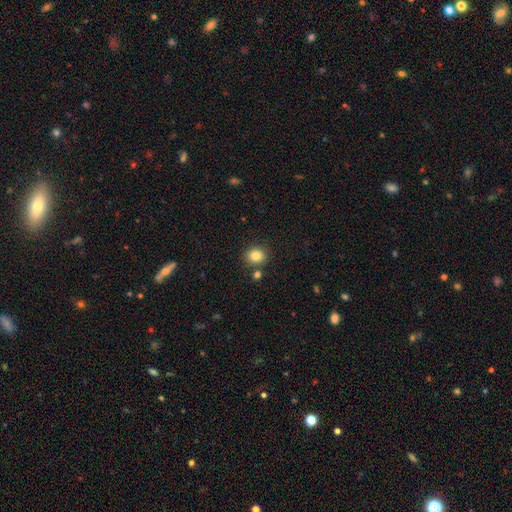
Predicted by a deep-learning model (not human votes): This appears to be a smooth galaxy with no disk features (84%) that is round (73%). Merging: none (81%).